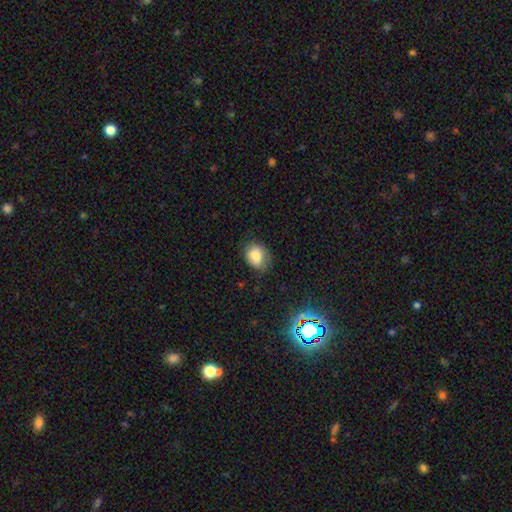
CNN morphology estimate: A smooth galaxy with no disk features (81%) that is in between round and cigar-shaped (54%). Merging: none (67%).